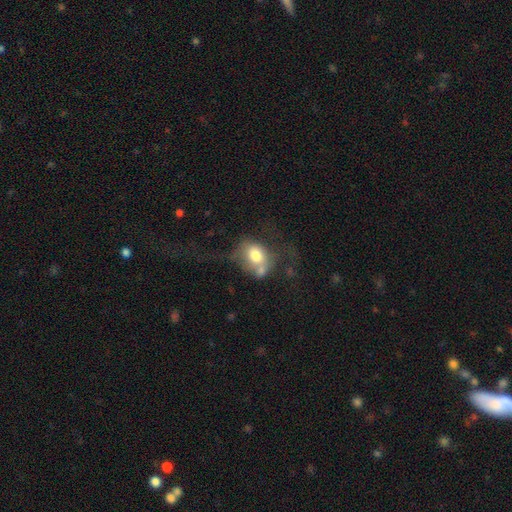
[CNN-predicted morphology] A smooth galaxy with no disk features (67%) that is in between round and cigar-shaped (58%).

Vote fractions:
- Smooth or featured? smooth: 67% / featured or disk: 24% / star or artifact: 9%
- How rounded? in between: 58% / round: 40% / cigar-shaped: 1%
- Merging? merger: 29% / none: 28% / major disturbance: 23% / minor disturbance: 20%